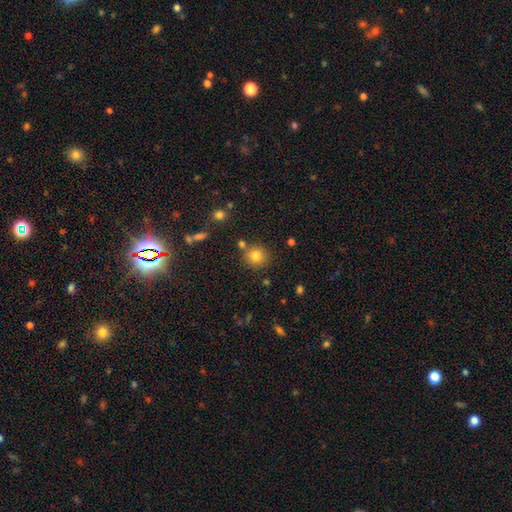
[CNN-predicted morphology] smooth 79%, star or artifact 13%, featured or disk 8%. Down the decision tree: how rounded — round (91%); merging — none (80%).